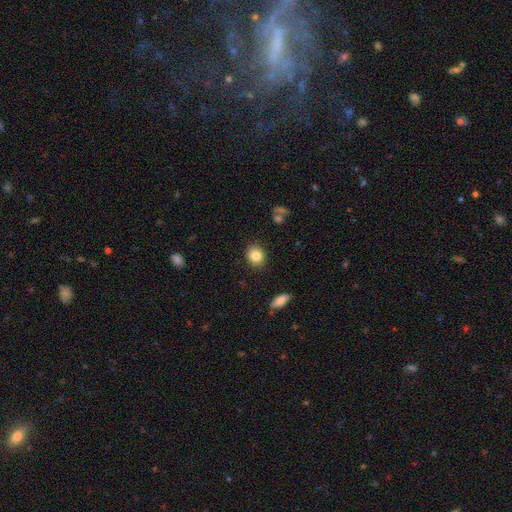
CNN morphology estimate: Smooth or featured? Predicted: smooth (p=0.84). How rounded? Predicted: round (p=0.65). Merging? Predicted: none (p=0.89).